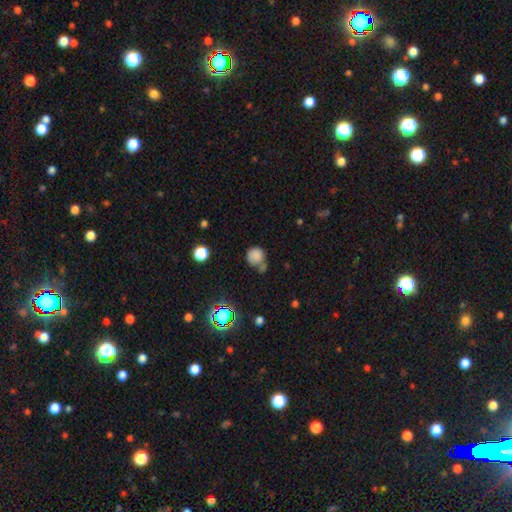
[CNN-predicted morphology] This appears to be a smooth galaxy with no disk features (80%) that is round (90%). Merging: none (53%).